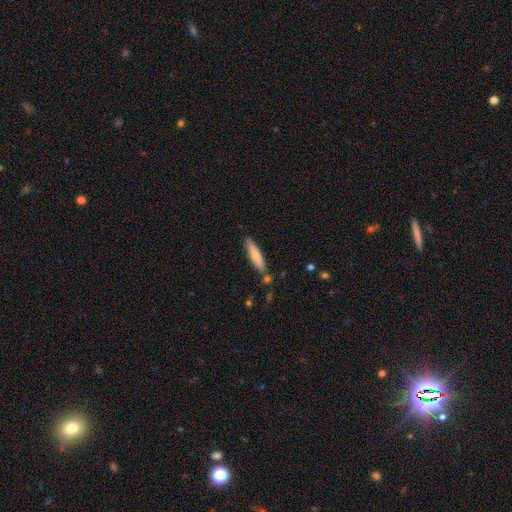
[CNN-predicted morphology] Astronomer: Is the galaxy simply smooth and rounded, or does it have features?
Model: smooth — 66%.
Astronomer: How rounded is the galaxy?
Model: cigar-shaped — 86%.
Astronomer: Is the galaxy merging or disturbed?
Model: none — 80%.